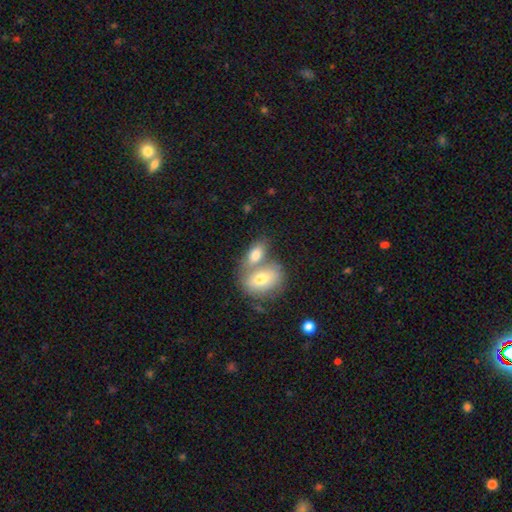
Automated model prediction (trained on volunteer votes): Smooth or featured? Predicted: smooth (p=0.73). How rounded? Predicted: in between (p=0.83). Merging? Predicted: merger (p=0.58).